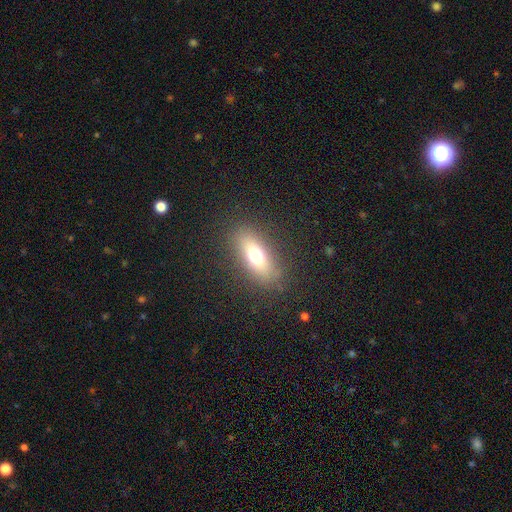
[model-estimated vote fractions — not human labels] Smooth or featured: smooth — 64% (featured or disk — 25%)
How rounded: in between — 69% (cigar-shaped — 24%)
Merging: none — 85% (minor disturbance — 10%)